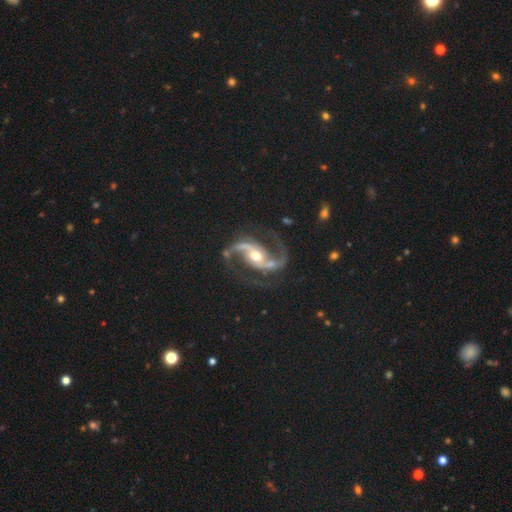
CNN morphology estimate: Smooth or featured: featured or disk — 93% (star or artifact — 4%)
Edge-on disk: no — 98% (yes — 2%)
Bar: no — 37% (weak — 34%)
Spiral arms: yes — 98% (no — 2%)
Spiral winding: medium — 57% (loose — 33%)
Spiral arm count: 2 — 94% (3 — 2%)
Bulge size: moderate — 68% (small — 20%)
Merging: none — 75% (minor disturbance — 15%)